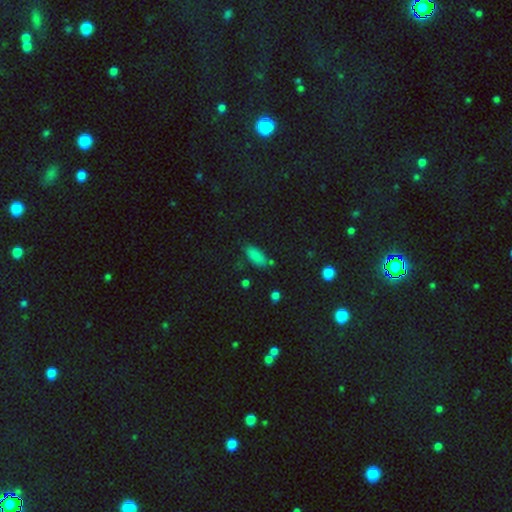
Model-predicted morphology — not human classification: This is clearly a smooth galaxy (83%). How rounded: clearly in between (82%). Merging: likely none (74%).